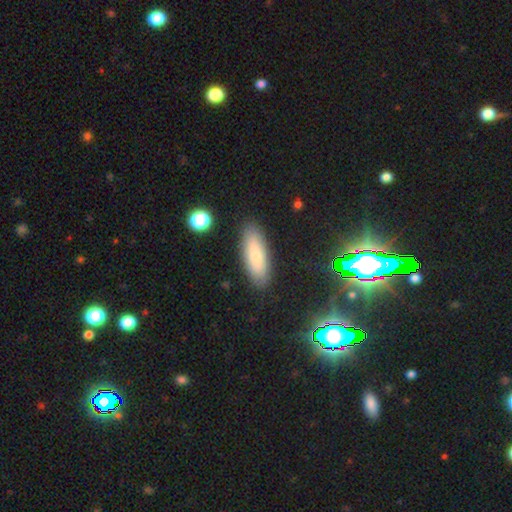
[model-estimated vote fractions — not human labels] smooth_or_featured: smooth (p=0.75) [alt: featured or disk p=0.16]
how_rounded: in between (p=0.59) [alt: cigar-shaped p=0.39]
merging: none (p=0.87) [alt: minor disturbance p=0.09]